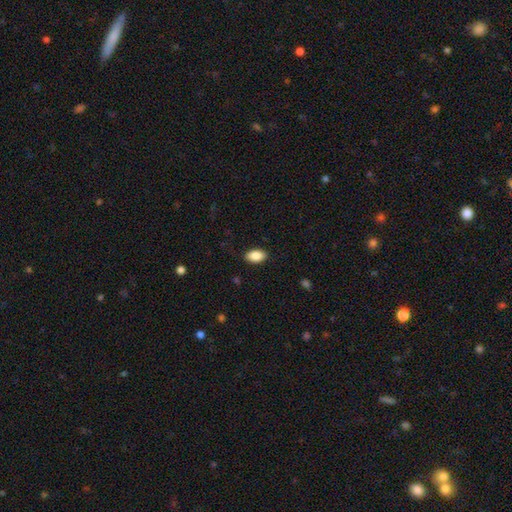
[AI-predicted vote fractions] A smooth galaxy with no disk features (88%) that is in between round and cigar-shaped (93%).

Vote fractions:
- Smooth or featured? smooth: 88% / star or artifact: 7% / featured or disk: 5%
- How rounded? in between: 93% / round: 5% / cigar-shaped: 2%
- Merging? none: 87% / minor disturbance: 10% / major disturbance: 2% / merger: 1%